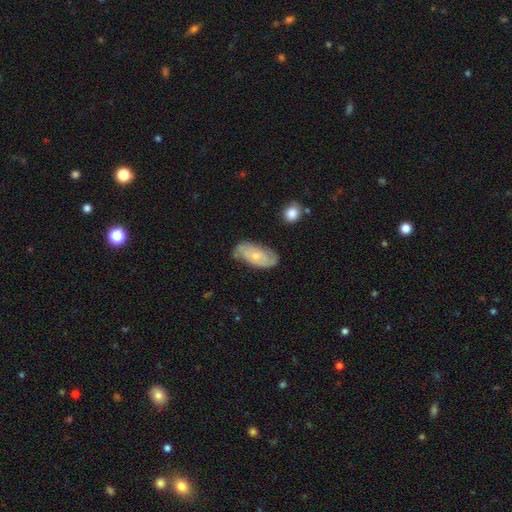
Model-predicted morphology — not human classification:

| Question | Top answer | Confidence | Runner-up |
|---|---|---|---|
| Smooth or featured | featured or disk | 57% | smooth (37%) |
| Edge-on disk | no | 93% | yes (7%) |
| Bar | no | 72% | weak (24%) |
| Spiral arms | yes | 83% | no (17%) |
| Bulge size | small | 70% | moderate (24%) |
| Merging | none | 66% | minor disturbance (26%) |